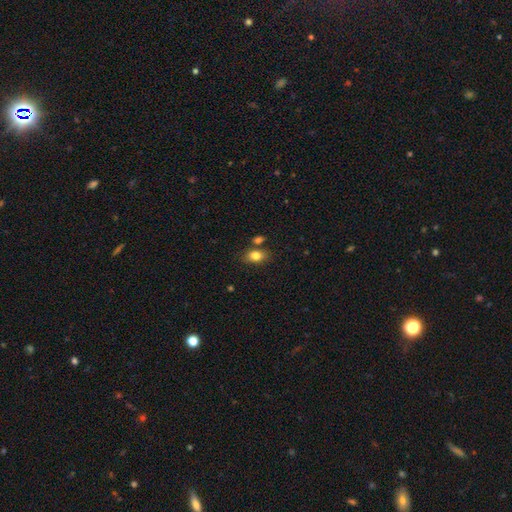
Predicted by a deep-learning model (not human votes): A smooth galaxy with no disk features (81%) that is in between round and cigar-shaped (81%).

Vote fractions:
- Smooth or featured? smooth: 81% / featured or disk: 9% / star or artifact: 9%
- How rounded? in between: 81% / round: 16% / cigar-shaped: 2%
- Merging? none: 71% / minor disturbance: 13% / merger: 13% / major disturbance: 3%